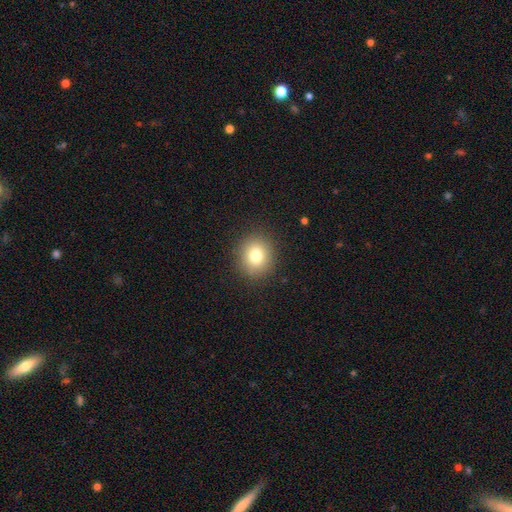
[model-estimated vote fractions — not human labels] Smooth or featured? smooth (79%)
How rounded? round (82%)
Merging? none (89%)